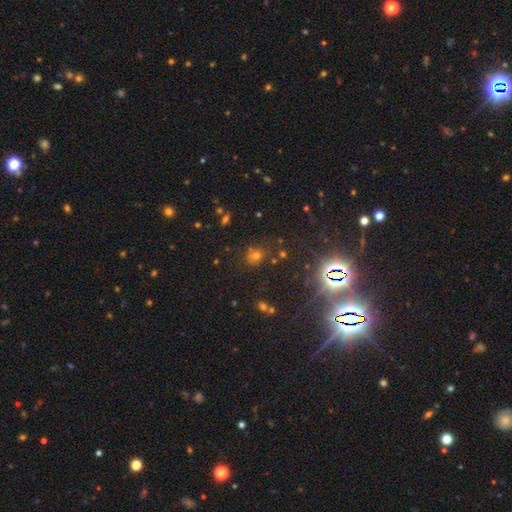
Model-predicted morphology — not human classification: Q: Smooth or featured?
A: smooth (47%); runner-up: star or artifact (43%)
Q: Merging?
A: none (77%); runner-up: minor disturbance (12%)